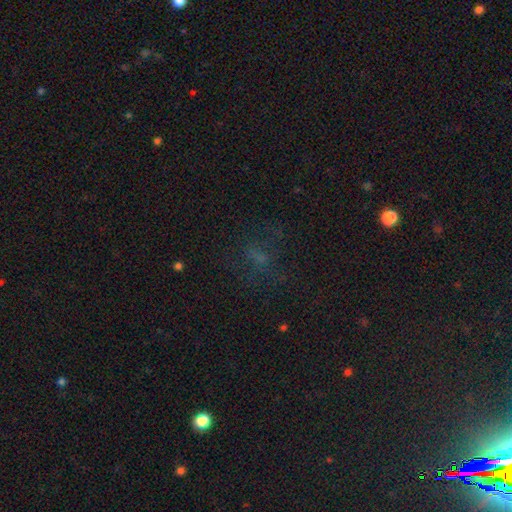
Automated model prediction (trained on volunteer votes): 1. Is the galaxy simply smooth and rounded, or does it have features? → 51% star or artifact, 30% smooth, 20% featured or disk.